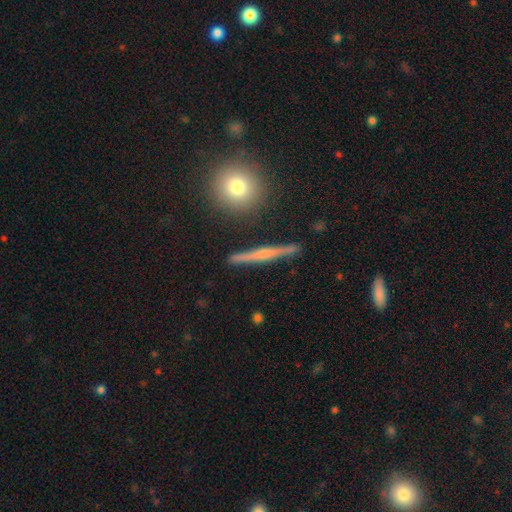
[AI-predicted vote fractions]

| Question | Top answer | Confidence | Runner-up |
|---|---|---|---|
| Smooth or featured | featured or disk | 66% | smooth (23%) |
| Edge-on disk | yes | 96% | no (4%) |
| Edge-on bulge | rounded | 63% | none (30%) |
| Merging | none | 90% | minor disturbance (6%) |